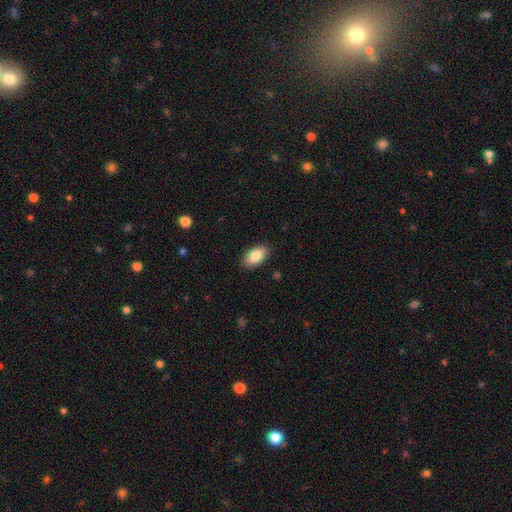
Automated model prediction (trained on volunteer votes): Morphology: type=smooth (85%); roundness=in between (94%); merging=none (88%).